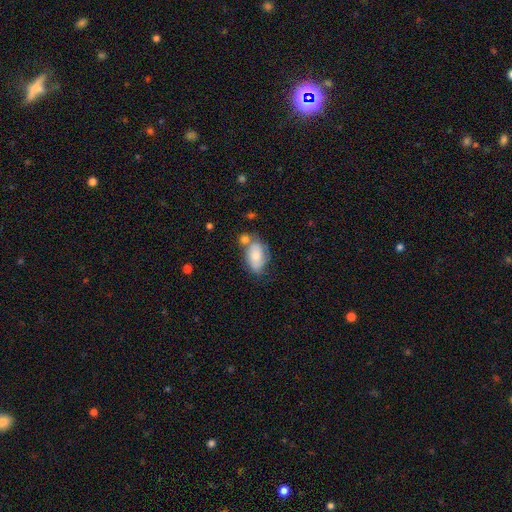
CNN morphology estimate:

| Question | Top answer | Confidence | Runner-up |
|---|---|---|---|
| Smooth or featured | smooth | 69% | featured or disk (24%) |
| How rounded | in between | 91% | round (7%) |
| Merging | none | 42% | minor disturbance (24%) |